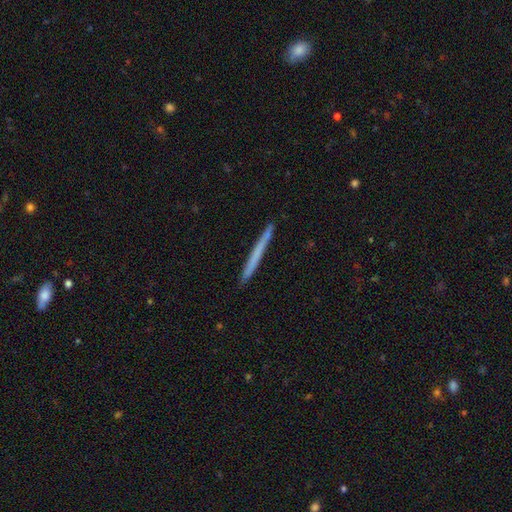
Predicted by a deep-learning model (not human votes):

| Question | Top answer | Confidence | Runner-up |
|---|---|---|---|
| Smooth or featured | smooth | 58% | featured or disk (37%) |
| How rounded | cigar-shaped | 97% | in between (1%) |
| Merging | none | 91% | minor disturbance (7%) |